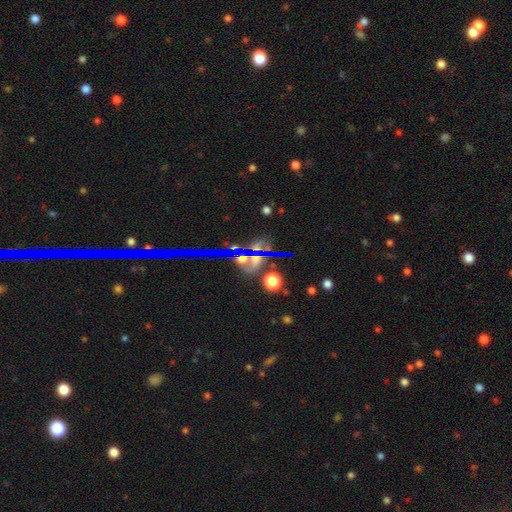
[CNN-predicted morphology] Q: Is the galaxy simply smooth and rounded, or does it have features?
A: star or artifact — 58%.